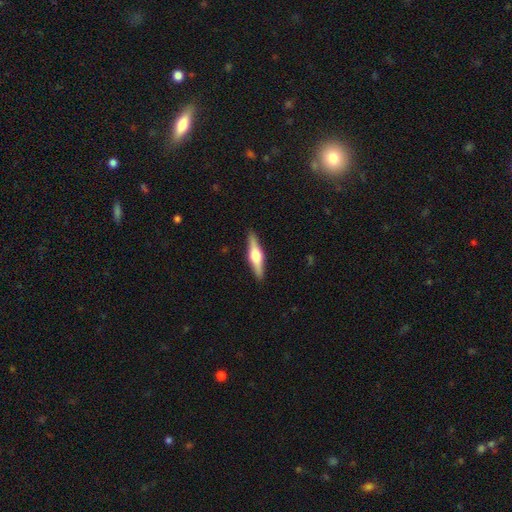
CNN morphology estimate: smooth_or_featured: featured or disk (p=0.68) [alt: smooth p=0.27]
disk_edge_on: yes (p=0.97) [alt: no p=0.03]
edge_on_bulge: rounded (p=0.94) [alt: boxy p=0.04]
merging: none (p=0.91) [alt: minor disturbance p=0.07]